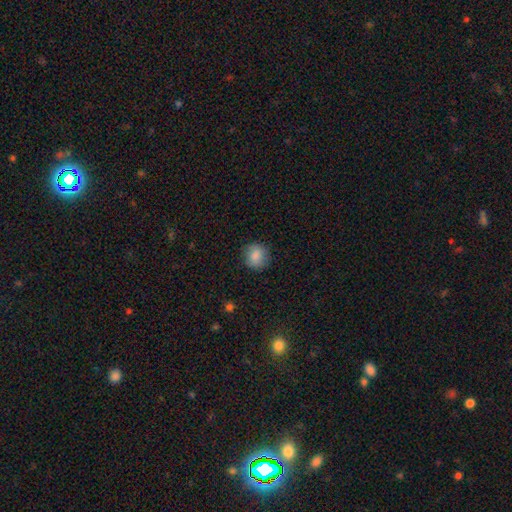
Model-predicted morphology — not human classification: Smooth or featured: smooth — 84% (star or artifact — 8%)
How rounded: round — 83% (in between — 16%)
Merging: none — 84% (minor disturbance — 12%)